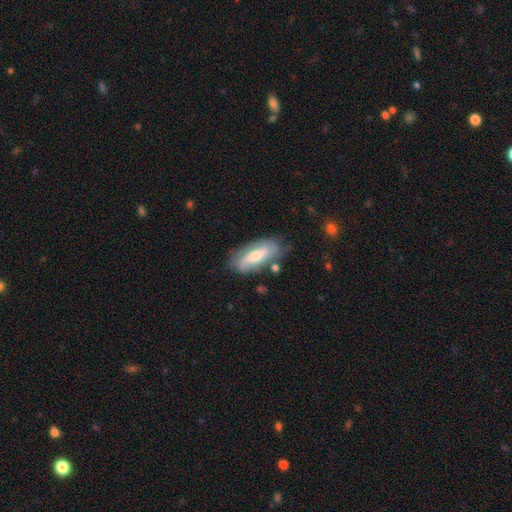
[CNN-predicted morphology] type=featured or disk (61%); edge-on=no (85%); bar=no (43%); spiral arms=yes (80%); bulge=moderate (51%); merging=none (72%).